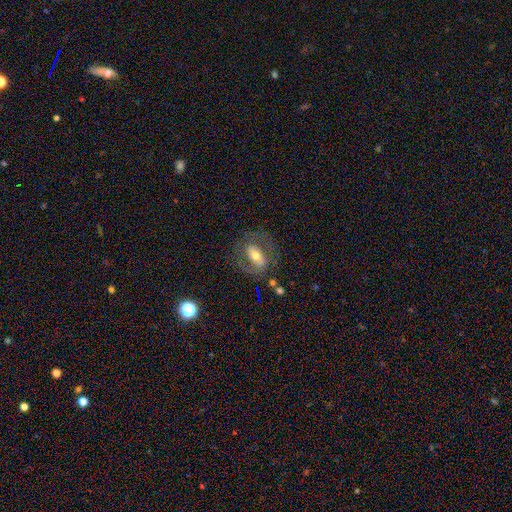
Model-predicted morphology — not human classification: type=featured or disk (62%); edge-on=no (92%); bar=strong (37%); spiral arms=yes (63%); bulge=moderate (63%); merging=none (65%).